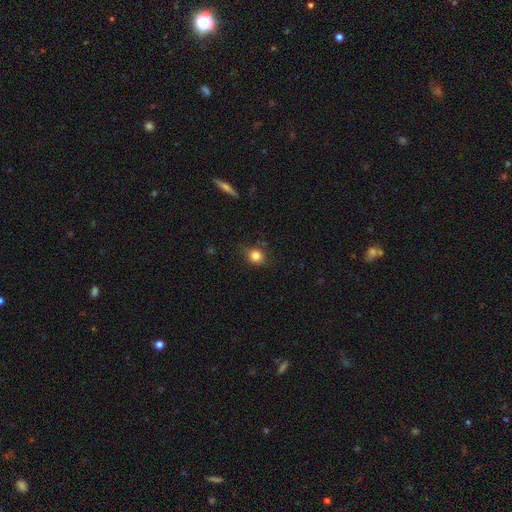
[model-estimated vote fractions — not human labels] A smooth galaxy with no disk features (83%) that is round (72%).

Vote fractions:
- Smooth or featured? smooth: 83% / star or artifact: 11% / featured or disk: 7%
- How rounded? round: 72% / in between: 26% / cigar-shaped: 1%
- Merging? none: 78% / minor disturbance: 17% / major disturbance: 3% / merger: 2%